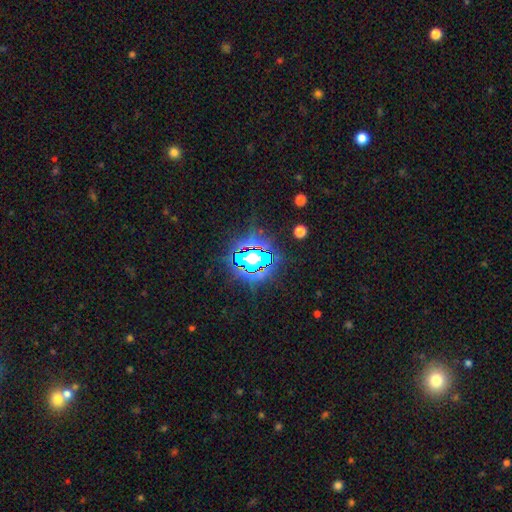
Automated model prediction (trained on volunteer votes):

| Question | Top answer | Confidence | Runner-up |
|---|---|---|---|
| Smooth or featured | star or artifact | 69% | smooth (18%) |